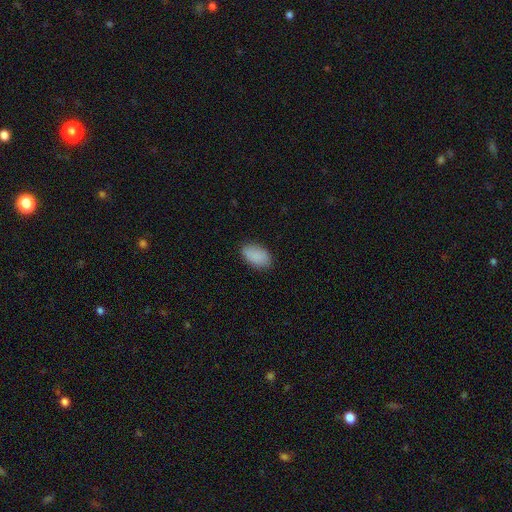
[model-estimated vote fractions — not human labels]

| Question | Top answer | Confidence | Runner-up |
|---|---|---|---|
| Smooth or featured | smooth | 88% | star or artifact (7%) |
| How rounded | in between | 93% | round (5%) |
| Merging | none | 83% | minor disturbance (13%) |